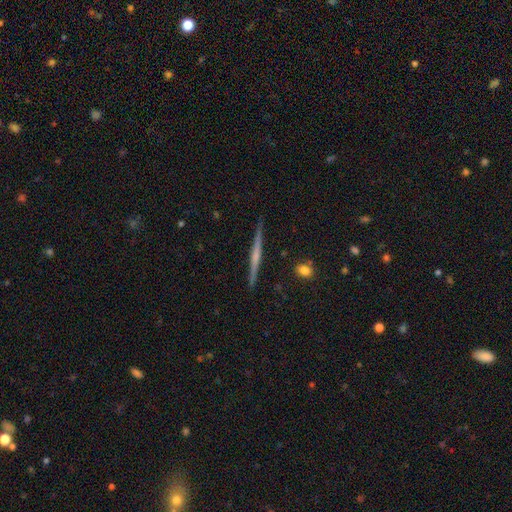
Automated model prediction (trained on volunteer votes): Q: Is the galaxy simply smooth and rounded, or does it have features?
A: featured or disk — 69%.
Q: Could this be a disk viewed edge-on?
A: yes — 98%.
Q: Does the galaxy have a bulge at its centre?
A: none — 50%.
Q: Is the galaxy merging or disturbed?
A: none — 90%.